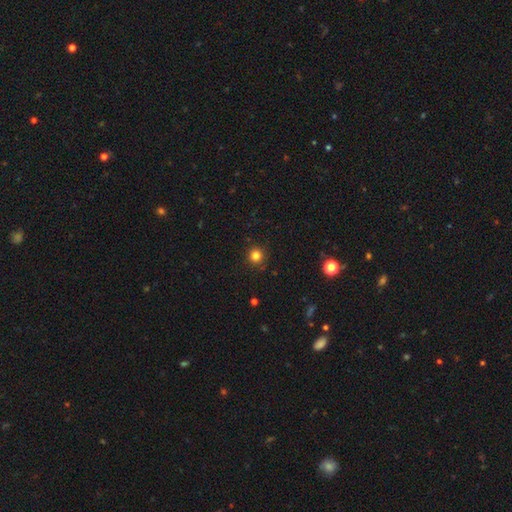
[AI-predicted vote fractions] Smooth or featured? Predicted: smooth (p=0.82). How rounded? Predicted: round (p=0.94). Merging? Predicted: none (p=0.89).